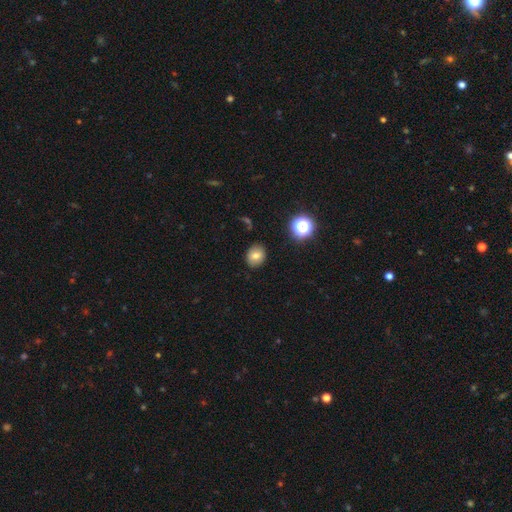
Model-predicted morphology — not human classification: A smooth galaxy with no disk features (75%) that is round (64%). Merging: none (86%).